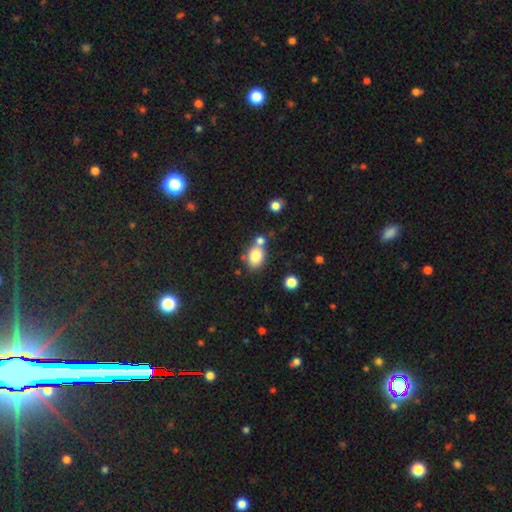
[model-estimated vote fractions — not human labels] Smooth or featured?
  - smooth: 80% *
  - featured or disk: 10%
  - star or artifact: 10%
How rounded?
  - in between: 68% *
  - round: 30%
  - cigar-shaped: 1%
Merging?
  - none: 57% *
  - merger: 26%
  - minor disturbance: 13%
  - major disturbance: 4%